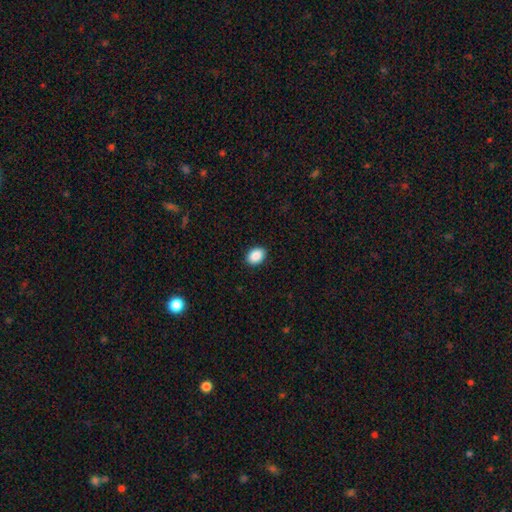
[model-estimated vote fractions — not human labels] Smooth or featured? Predicted: smooth (p=0.90). How rounded? Predicted: in between (p=0.73). Merging? Predicted: none (p=0.90).